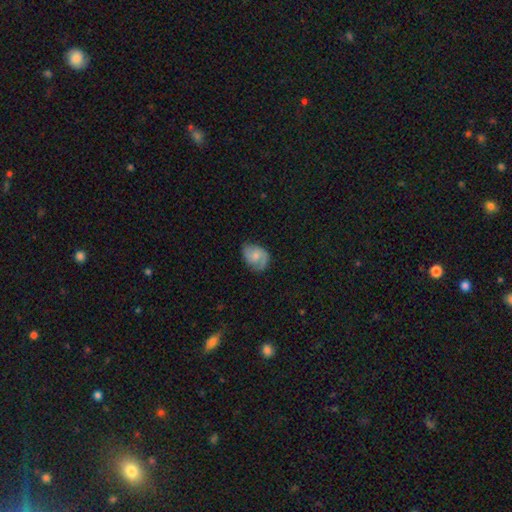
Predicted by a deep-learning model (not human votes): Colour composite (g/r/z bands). It shows a featured or disk galaxy (60%) with no bar (61%), 2 (77%) medium (47%) spiral arms (90%) and a small central bulge (54%). Merging: none (64%).